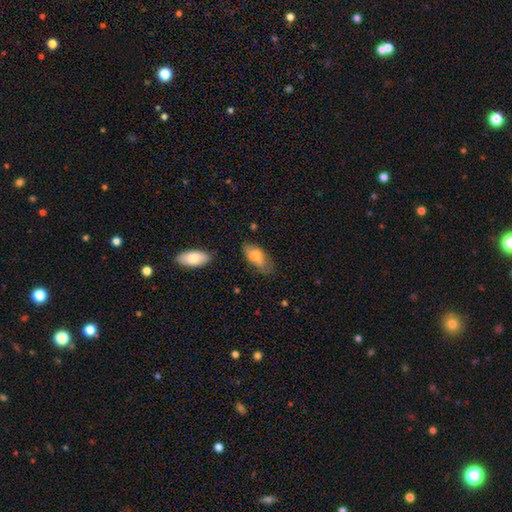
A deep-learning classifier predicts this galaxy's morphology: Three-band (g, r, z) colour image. It shows a smooth galaxy with no disk features (79%) that is in between round and cigar-shaped (88%). Merging: none (54%).